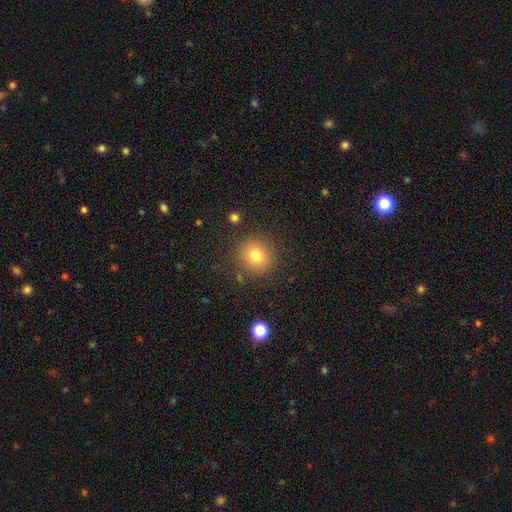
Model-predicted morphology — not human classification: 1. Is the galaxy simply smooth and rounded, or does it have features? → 78% smooth, 13% star or artifact, 9% featured or disk.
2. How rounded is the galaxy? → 91% round, 8% in between, 1% cigar-shaped.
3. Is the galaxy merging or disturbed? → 86% none, 8% minor disturbance, 3% major disturbance, 2% merger.